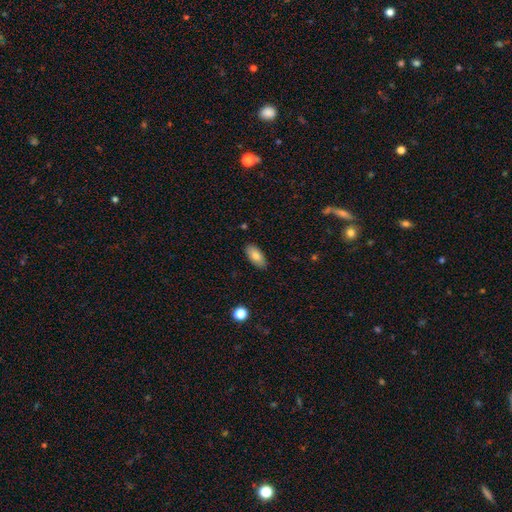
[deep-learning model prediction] Smooth or featured? smooth (81%)
How rounded? in between (89%)
Merging? none (88%)